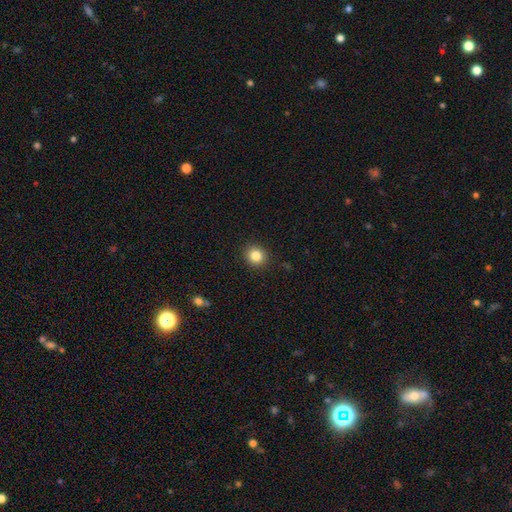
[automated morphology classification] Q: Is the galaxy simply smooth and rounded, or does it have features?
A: smooth — 84%.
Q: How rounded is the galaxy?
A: round — 84%.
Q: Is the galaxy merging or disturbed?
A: none — 91%.